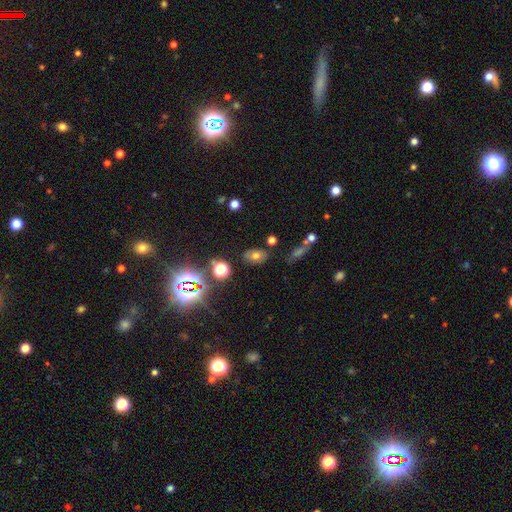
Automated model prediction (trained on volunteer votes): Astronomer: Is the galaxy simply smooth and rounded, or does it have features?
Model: smooth — 64%.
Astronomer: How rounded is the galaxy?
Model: in between — 83%.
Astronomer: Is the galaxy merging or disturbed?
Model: none — 79%.